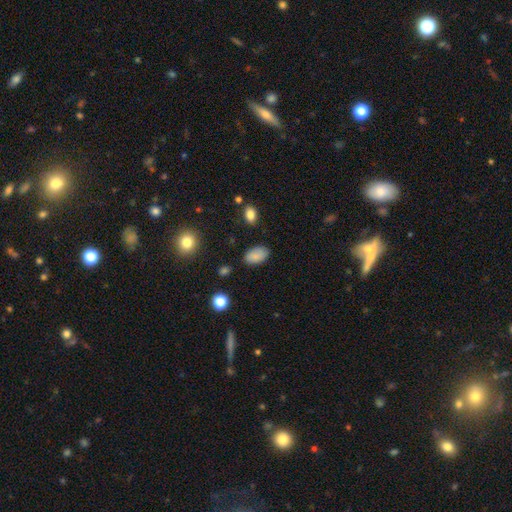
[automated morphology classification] smooth_or_featured: smooth (p=0.84) [alt: star or artifact p=0.09]
how_rounded: in between (p=0.92) [alt: round p=0.06]
merging: none (p=0.81) [alt: minor disturbance p=0.14]